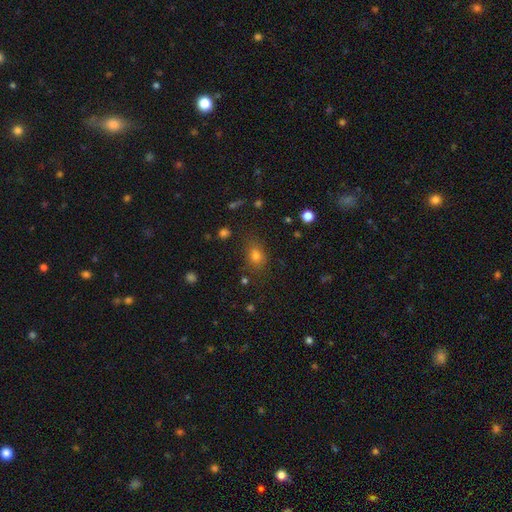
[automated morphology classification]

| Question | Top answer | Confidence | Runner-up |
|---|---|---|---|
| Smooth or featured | smooth | 74% | star or artifact (17%) |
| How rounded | in between | 55% | round (44%) |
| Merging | none | 76% | minor disturbance (16%) |